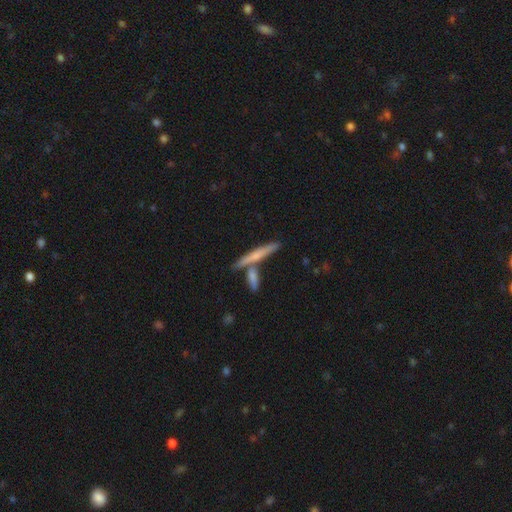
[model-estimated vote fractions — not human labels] A smooth galaxy with no disk features (51%) that is cigar-shaped (91%). Merging: none (64%).